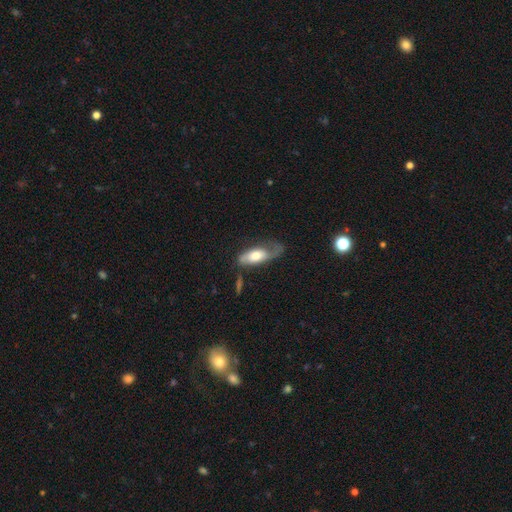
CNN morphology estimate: Smooth or featured: smooth — 50% (featured or disk — 44%)
Merging: major disturbance — 34% (tied with none — 34%)